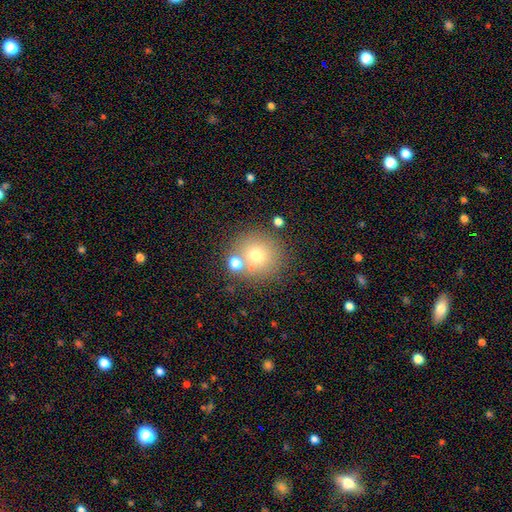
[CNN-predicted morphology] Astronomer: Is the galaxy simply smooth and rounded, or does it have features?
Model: smooth — 69%.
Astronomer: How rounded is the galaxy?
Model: round — 92%.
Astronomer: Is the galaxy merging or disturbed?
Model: none — 73%.